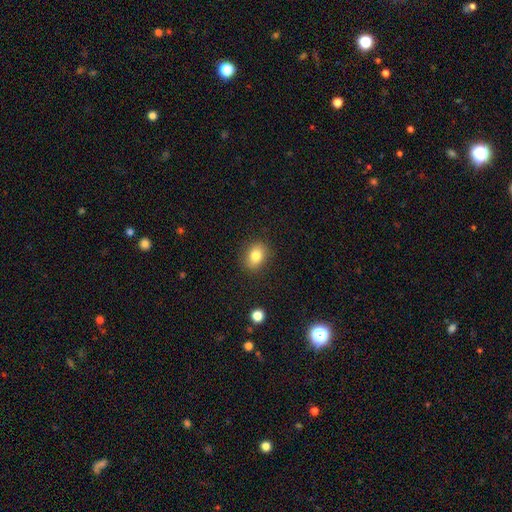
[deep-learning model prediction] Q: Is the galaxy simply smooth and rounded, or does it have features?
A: smooth — 81%.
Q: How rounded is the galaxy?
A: in between — 58%.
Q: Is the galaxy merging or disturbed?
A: none — 87%.